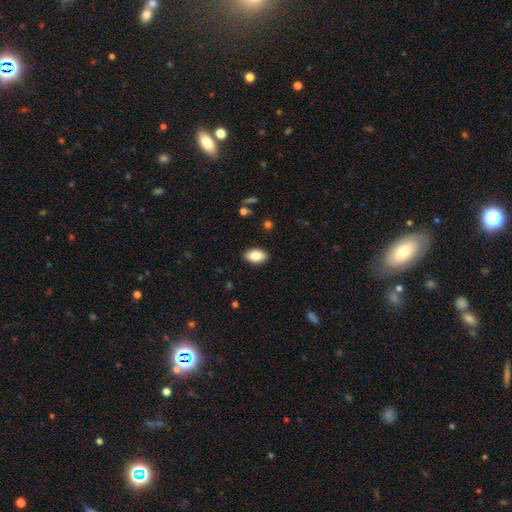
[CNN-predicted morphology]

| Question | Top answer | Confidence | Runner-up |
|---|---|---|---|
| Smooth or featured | smooth | 84% | featured or disk (9%) |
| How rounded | in between | 92% | round (6%) |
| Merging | none | 89% | minor disturbance (8%) |